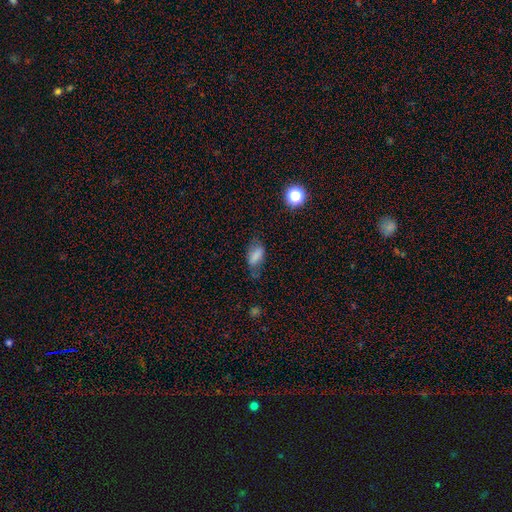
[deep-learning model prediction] Smooth or featured? smooth (72%)
How rounded? in between (87%)
Merging? none (55%)